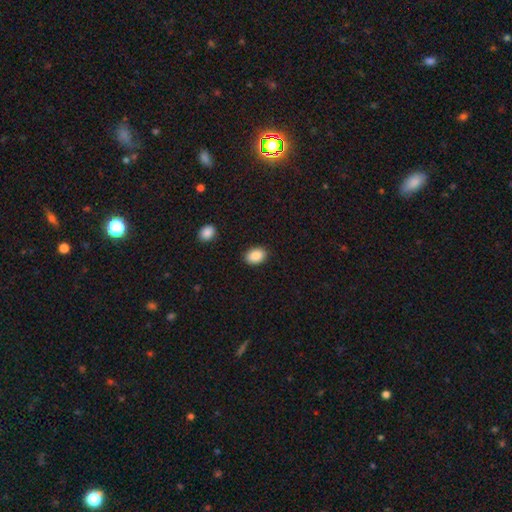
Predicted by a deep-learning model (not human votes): smooth 89%, star or artifact 7%, featured or disk 3%. Down the decision tree: how rounded — in between (81%); merging — none (88%).